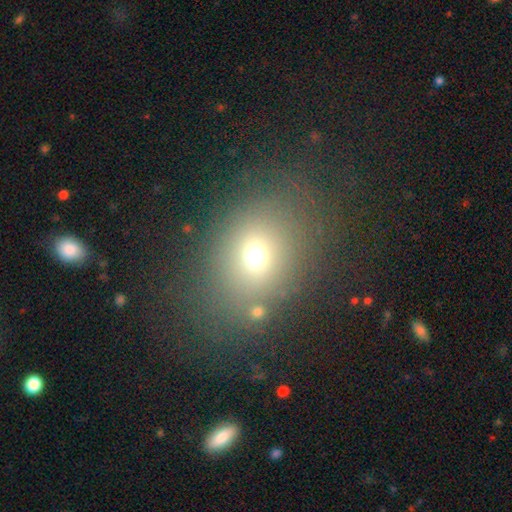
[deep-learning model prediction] A smooth galaxy with no disk features (65%) that is round (50%). Merging: none (78%).